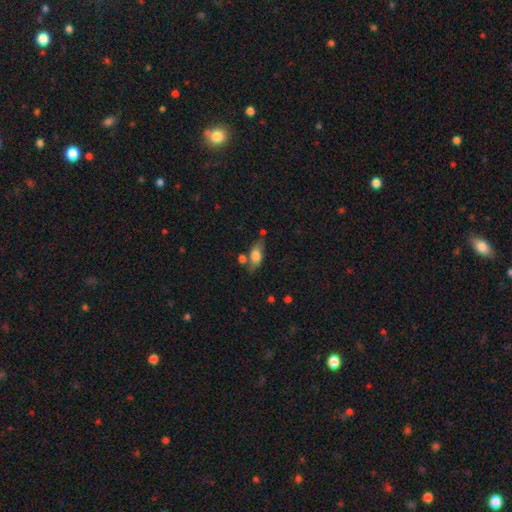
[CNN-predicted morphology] A smooth galaxy with no disk features (64%) that is in between round and cigar-shaped (77%). Merging: none (58%).